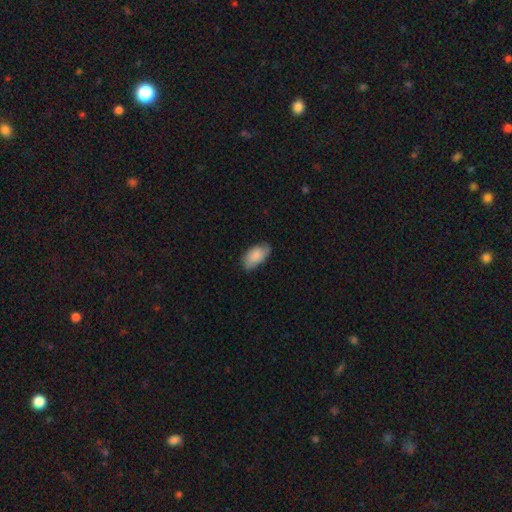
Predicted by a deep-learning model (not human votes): Smooth or featured: smooth — 84% (featured or disk — 10%)
How rounded: in between — 94% (round — 3%)
Merging: none — 72% (minor disturbance — 23%)